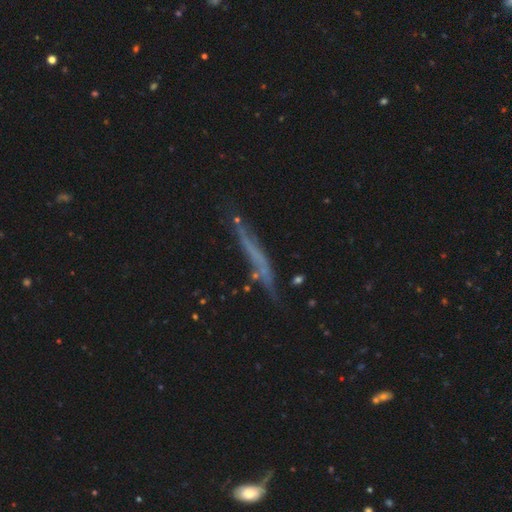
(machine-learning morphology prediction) featured or disk 50%, smooth 36%, star or artifact 14%. Down the decision tree: edge-on disk — yes (76%); merging — none (60%).